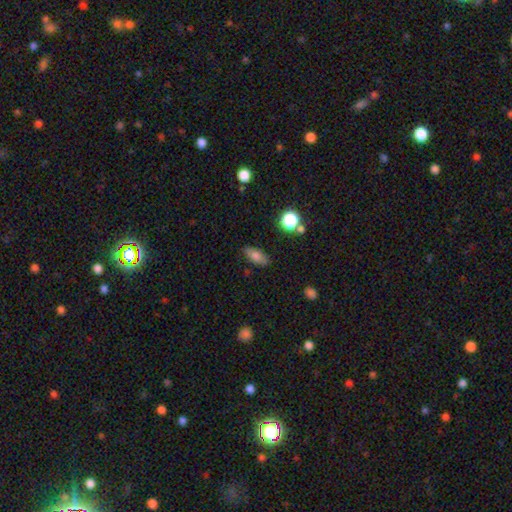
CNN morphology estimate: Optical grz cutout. It shows a smooth galaxy with no disk features (73%) that is in between round and cigar-shaped (83%). Merging: none (83%).